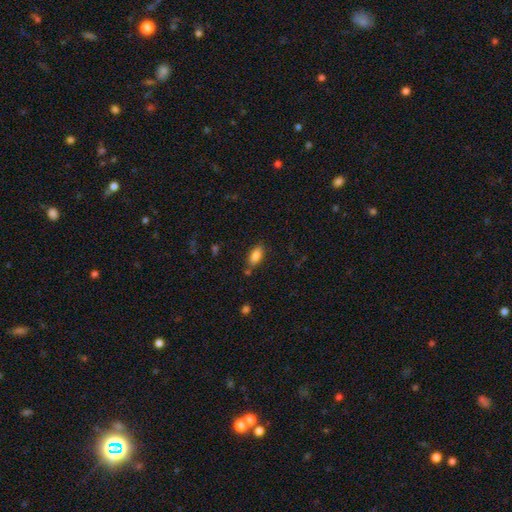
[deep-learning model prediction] Overall: smooth (84%). How rounded: in between (85%). Merging: none (78%).